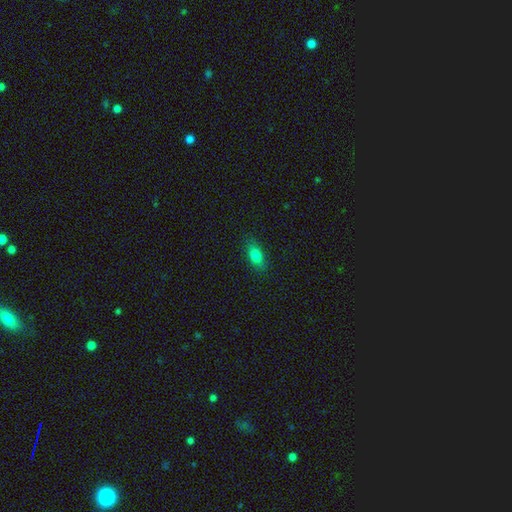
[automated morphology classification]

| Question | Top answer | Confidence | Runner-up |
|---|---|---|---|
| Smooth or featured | smooth | 81% | featured or disk (10%) |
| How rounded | in between | 82% | cigar-shaped (12%) |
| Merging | none | 85% | minor disturbance (11%) |